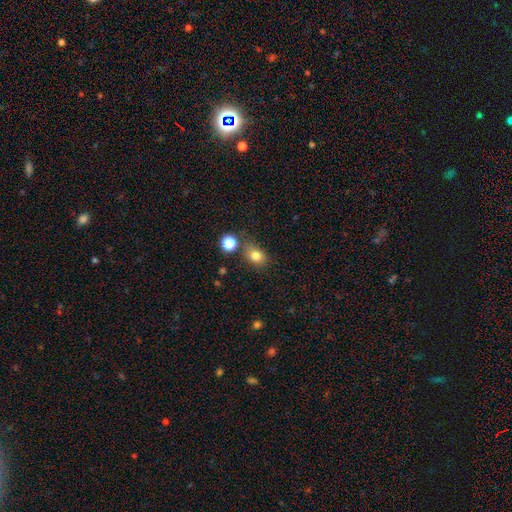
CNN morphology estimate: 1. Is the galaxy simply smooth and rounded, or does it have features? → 80% smooth, 12% star or artifact, 7% featured or disk.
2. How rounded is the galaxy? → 57% in between, 42% round, 1% cigar-shaped.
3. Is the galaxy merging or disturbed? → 69% none, 16% minor disturbance, 9% merger, 5% major disturbance.